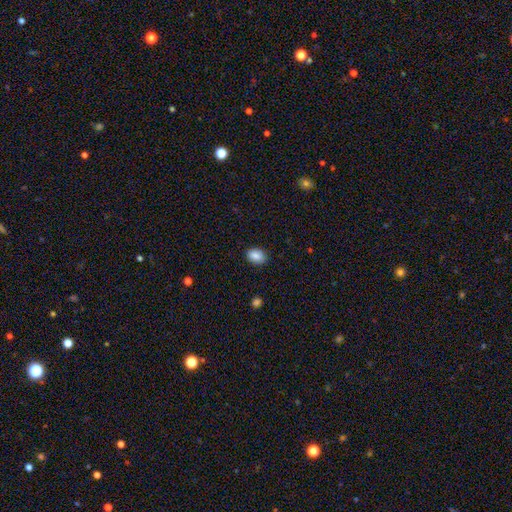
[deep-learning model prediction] smooth 87%, star or artifact 8%, featured or disk 5%. Down the decision tree: how rounded — in between (70%); merging — none (88%).